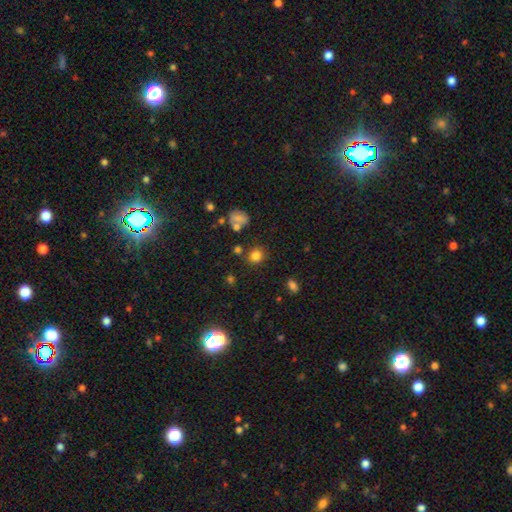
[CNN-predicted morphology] Smooth or featured?
  - smooth: 80% *
  - star or artifact: 14%
  - featured or disk: 6%
How rounded?
  - round: 79% *
  - in between: 20%
  - cigar-shaped: 1%
Merging?
  - none: 79% *
  - minor disturbance: 11%
  - merger: 6%
  - major disturbance: 4%